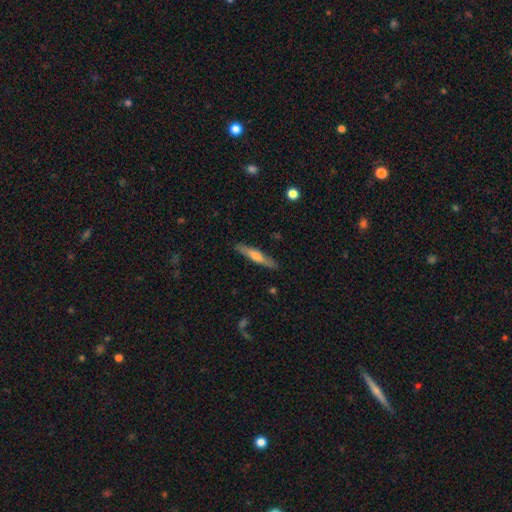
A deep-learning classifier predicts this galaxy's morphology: type=featured or disk (53%); edge-on=yes (94%); merging=none (89%).